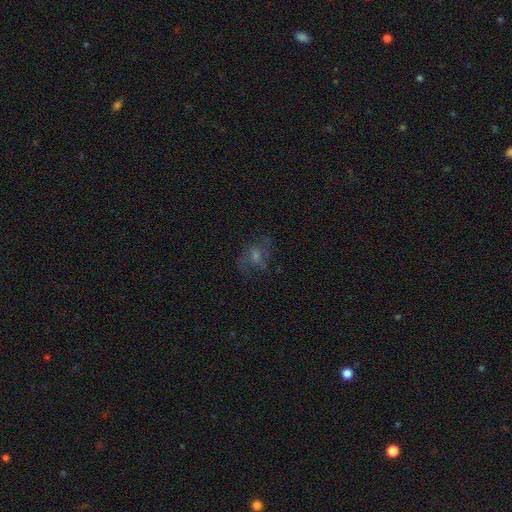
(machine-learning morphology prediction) Smooth or featured?
  - featured or disk: 53% *
  - smooth: 26%
  - star or artifact: 21%
Edge-on disk?
  - no: 96% *
  - yes: 4%
Bar?
  - no: 60% *
  - weak: 34%
  - strong: 6%
Spiral arms?
  - yes: 75% *
  - no: 25%
Bulge size?
  - moderate: 43% *
  - small: 42%
  - none: 8%
  - large: 5%
  - dominant: 1%
Merging?
  - none: 65% *
  - minor disturbance: 18%
  - major disturbance: 15%
  - merger: 2%